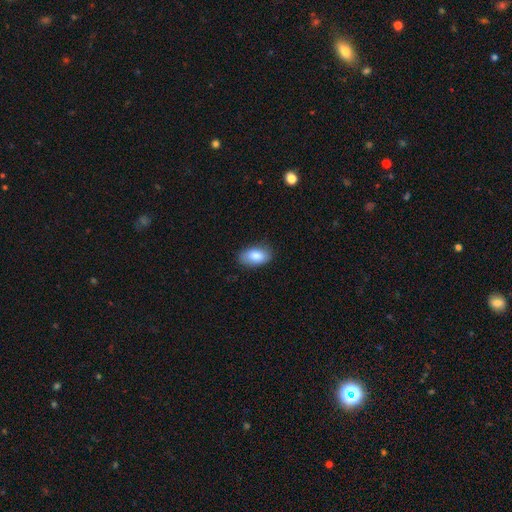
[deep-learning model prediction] smooth_or_featured: smooth (p=0.84) [alt: featured or disk p=0.09]
how_rounded: in between (p=0.92) [alt: round p=0.06]
merging: none (p=0.82) [alt: minor disturbance p=0.14]